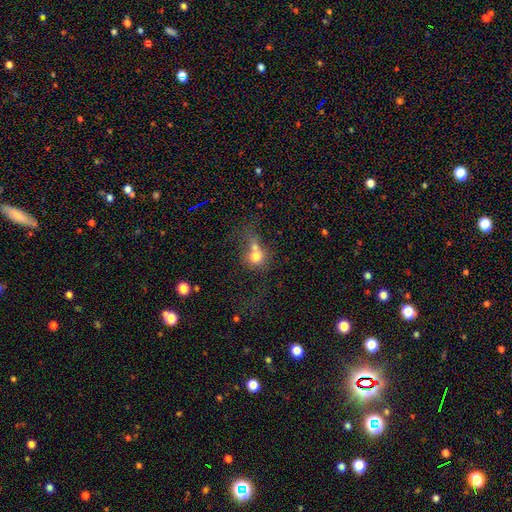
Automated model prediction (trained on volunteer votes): This appears to be a smooth galaxy with no disk features (69%) that is round (76%). Merging: merger (56%).